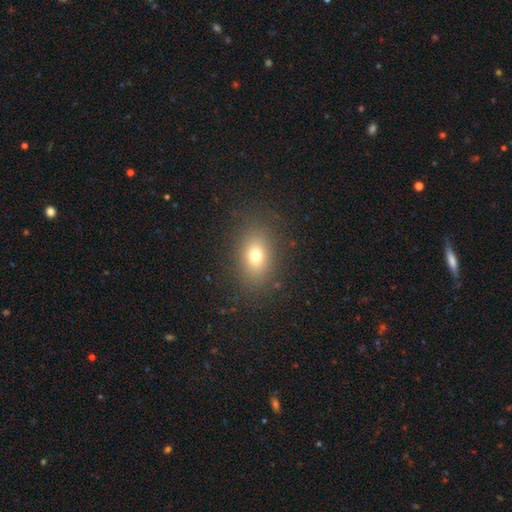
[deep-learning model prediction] Q: Smooth or featured?
A: smooth (71%); runner-up: star or artifact (15%)
Q: How rounded?
A: in between (74%); runner-up: round (24%)
Q: Merging?
A: none (85%); runner-up: minor disturbance (10%)